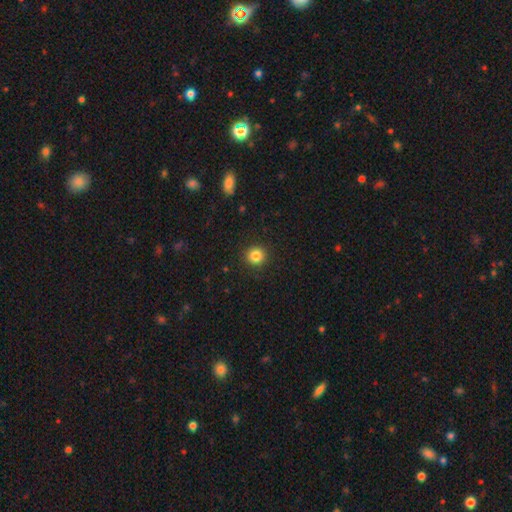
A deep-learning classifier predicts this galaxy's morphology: smooth 84%, star or artifact 11%, featured or disk 5%. Down the decision tree: how rounded — round (93%); merging — none (92%).